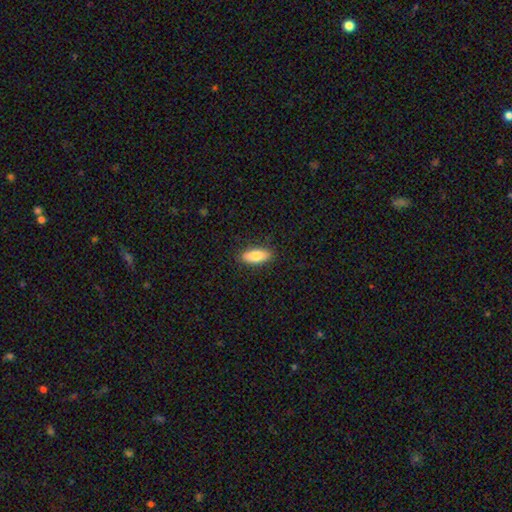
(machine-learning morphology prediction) type=smooth (81%); roundness=in between (75%); merging=none (88%).